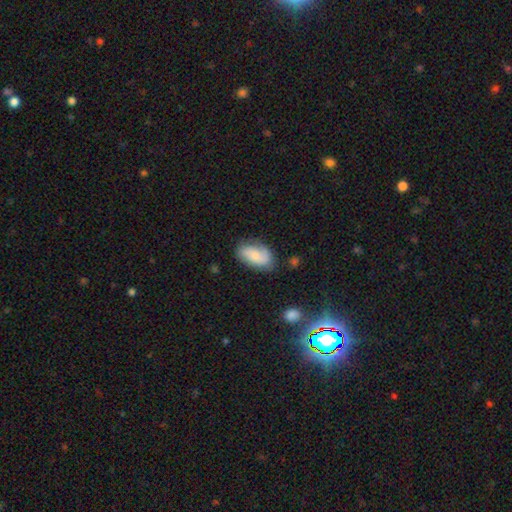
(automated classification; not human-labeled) A smooth galaxy with no disk features (58%) that is in between round and cigar-shaped (92%). Merging: none (67%).